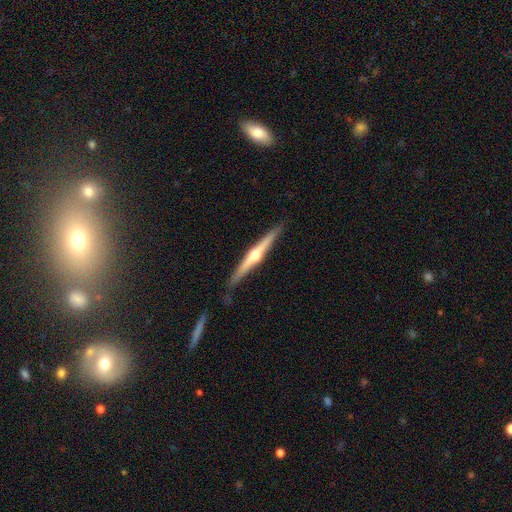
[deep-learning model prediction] A featured or disk galaxy (76%) viewed edge-on (98%) with a rounded central bulge (93%).

Vote fractions:
- Smooth or featured? featured or disk: 76% / smooth: 19% / star or artifact: 5%
- Edge-on disk? yes: 98% / no: 2%
- Edge-on bulge? rounded: 93% / none: 4% / boxy: 3%
- Merging? none: 88% / minor disturbance: 9% / major disturbance: 2% / merger: 1%